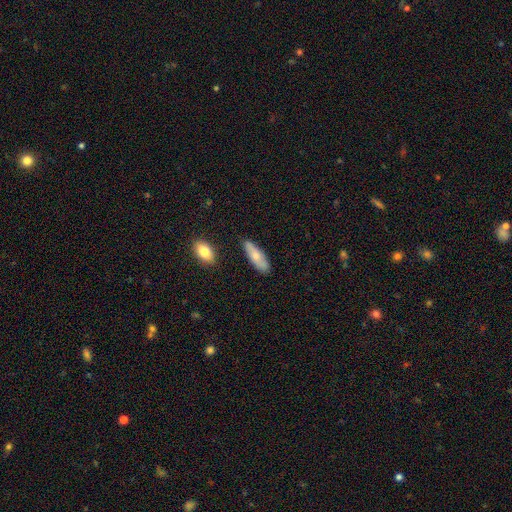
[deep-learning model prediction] Q: Smooth or featured?
A: smooth (69%); runner-up: featured or disk (25%)
Q: How rounded?
A: in between (56%); runner-up: cigar-shaped (42%)
Q: Merging?
A: none (76%); runner-up: minor disturbance (17%)